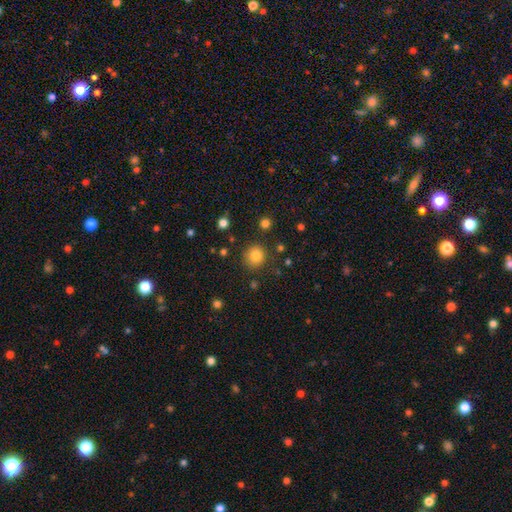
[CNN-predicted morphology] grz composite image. It shows a smooth galaxy with no disk features (82%) that is round (90%). Merging: none (86%).